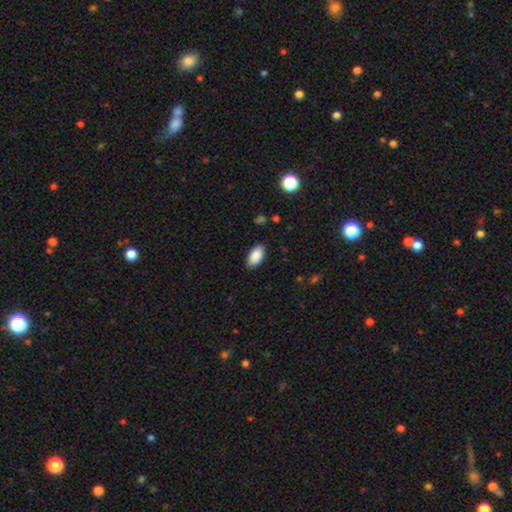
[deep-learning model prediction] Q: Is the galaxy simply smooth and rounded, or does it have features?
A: smooth — 90%.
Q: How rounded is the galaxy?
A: in between — 95%.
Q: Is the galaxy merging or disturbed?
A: none — 87%.